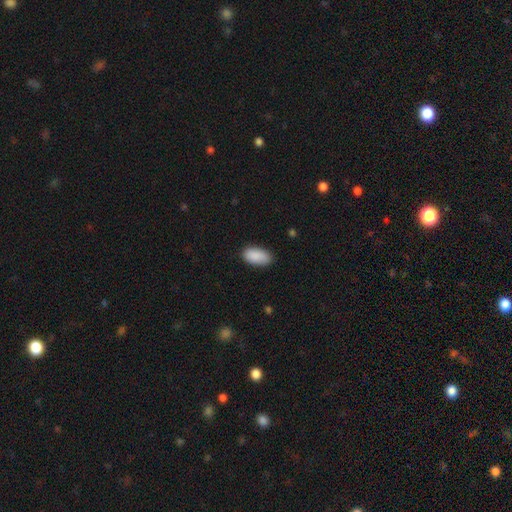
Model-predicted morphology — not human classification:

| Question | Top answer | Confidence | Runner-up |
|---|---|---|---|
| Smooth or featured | smooth | 89% | star or artifact (6%) |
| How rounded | in between | 94% | cigar-shaped (3%) |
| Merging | none | 81% | minor disturbance (15%) |